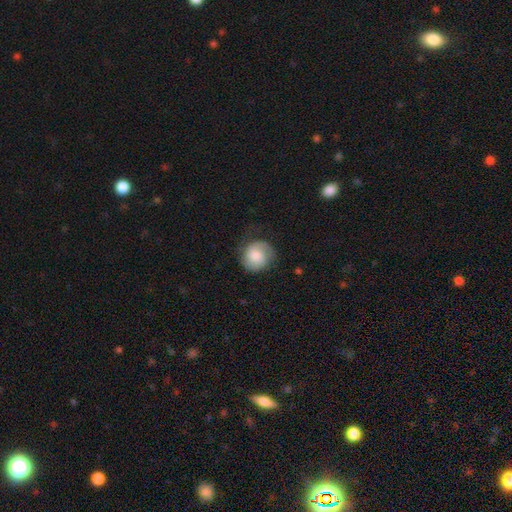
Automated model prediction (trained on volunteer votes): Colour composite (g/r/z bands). It shows a smooth galaxy with no disk features (54%) that is round (83%). Merging: none (63%).